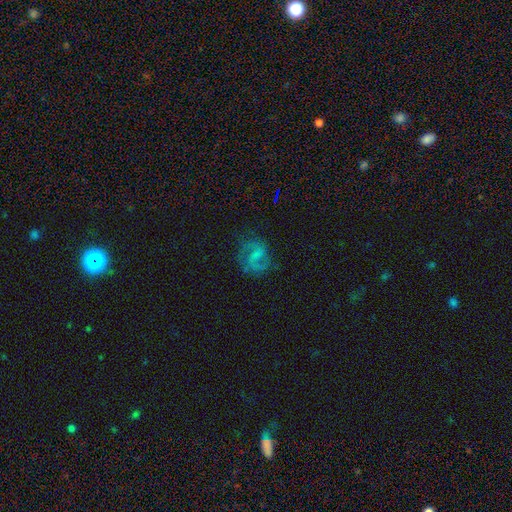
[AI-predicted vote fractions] Q: Smooth or featured?
A: featured or disk (67%); runner-up: smooth (23%)
Q: Edge-on disk?
A: no (98%); runner-up: yes (2%)
Q: Bar?
A: weak (49%); runner-up: no (33%)
Q: Spiral arms?
A: yes (88%); runner-up: no (12%)
Q: Spiral winding?
A: medium (51%); runner-up: loose (25%)
Q: Spiral arm count?
A: 2 (79%); runner-up: can't tell (9%)
Q: Bulge size?
A: none (50%); runner-up: small (29%)
Q: Merging?
A: none (68%); runner-up: minor disturbance (18%)